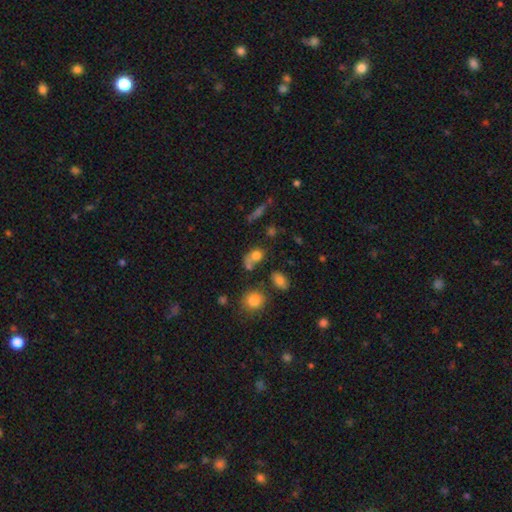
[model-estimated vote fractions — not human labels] This is likely a smooth galaxy (71%). How rounded: possibly round (54%). Merging: marginally none (41%).